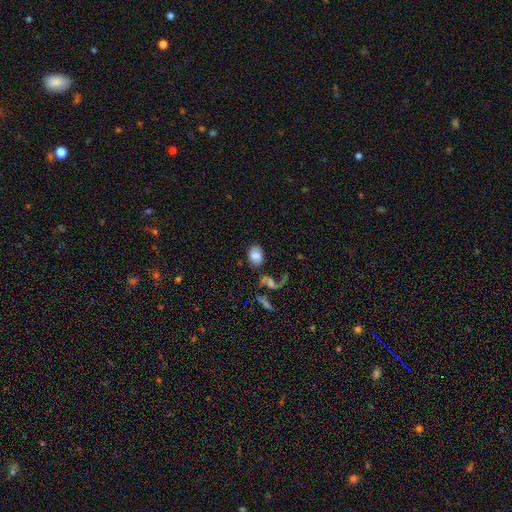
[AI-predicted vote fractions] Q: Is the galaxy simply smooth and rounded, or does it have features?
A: smooth — 76%.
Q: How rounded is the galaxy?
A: in between — 70%.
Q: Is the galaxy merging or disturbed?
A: none — 61%.